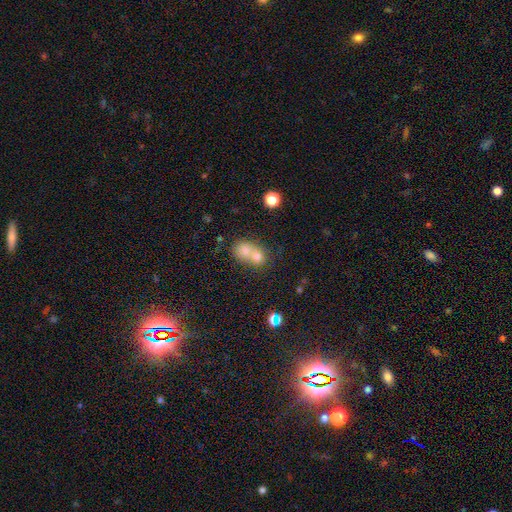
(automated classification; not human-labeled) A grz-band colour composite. It shows a smooth galaxy with no disk features (71%) that is round (61%). Merging: merger (71%).